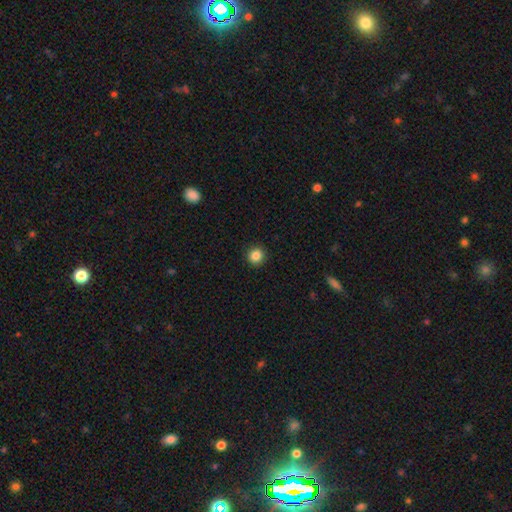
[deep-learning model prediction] Smooth or featured? smooth (86%)
How rounded? round (93%)
Merging? none (92%)